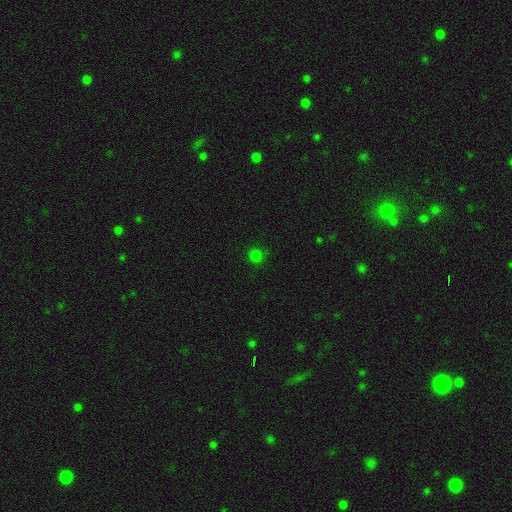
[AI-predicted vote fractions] A smooth galaxy with no disk features (77%) that is round (94%).

Vote fractions:
- Smooth or featured? smooth: 77% / star or artifact: 20% / featured or disk: 3%
- How rounded? round: 94% / in between: 5% / cigar-shaped: 1%
- Merging? none: 90% / minor disturbance: 7% / major disturbance: 2% / merger: 1%